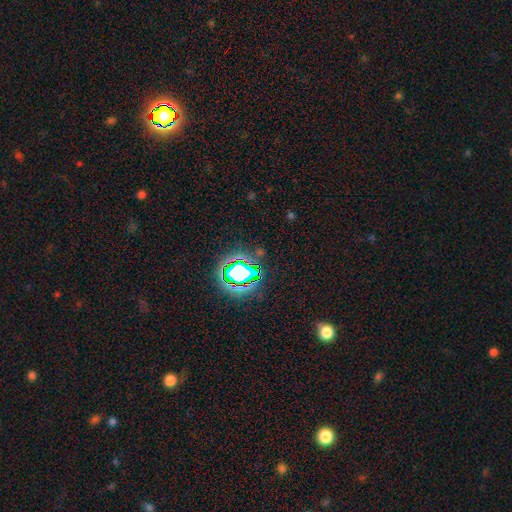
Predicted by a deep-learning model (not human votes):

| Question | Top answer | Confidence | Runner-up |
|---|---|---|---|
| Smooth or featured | star or artifact | 81% | smooth (12%) |